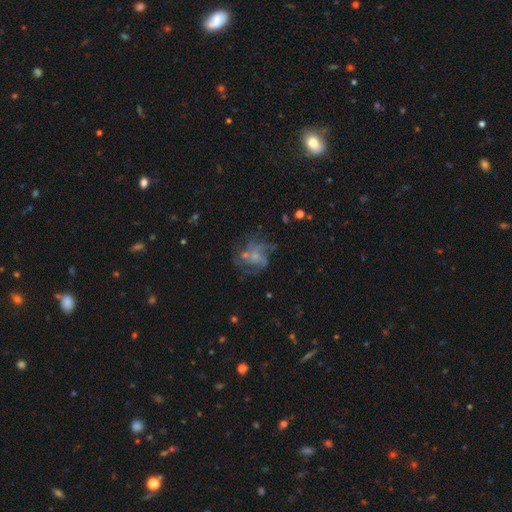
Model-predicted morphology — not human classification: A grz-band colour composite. It shows a featured or disk galaxy (64%) with no bar (80%), spiral arms (60%) and a small central bulge (49%). Merging: none (43%).